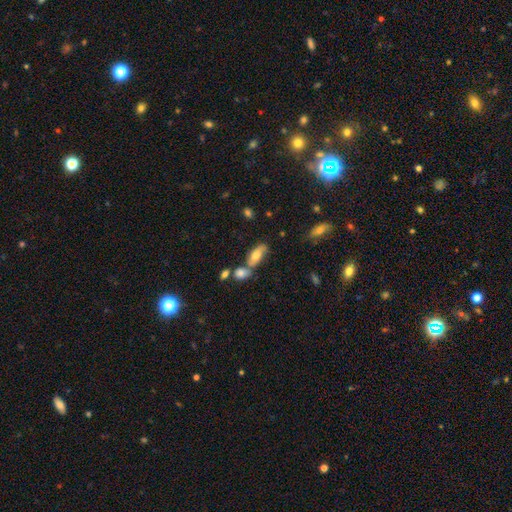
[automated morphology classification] The model was most divided on "merging": none: 43%, merger: 37%, minor disturbance: 14%, major disturbance: 6%. More confident: how rounded — in between (80%); smooth or featured — smooth (57%).